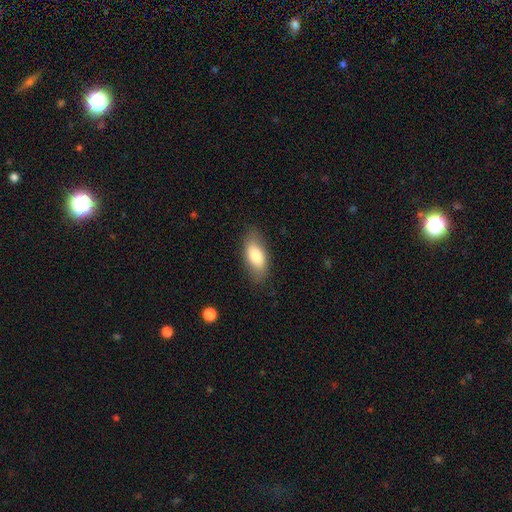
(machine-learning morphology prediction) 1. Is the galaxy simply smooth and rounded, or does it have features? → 78% smooth, 16% featured or disk, 6% star or artifact.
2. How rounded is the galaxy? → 87% in between, 10% cigar-shaped, 3% round.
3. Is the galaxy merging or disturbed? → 82% none, 14% minor disturbance, 4% major disturbance, 1% merger.